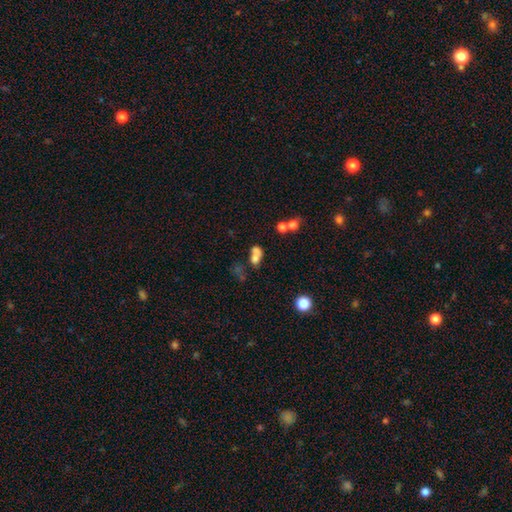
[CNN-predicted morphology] Overall: smooth (65%). How rounded: in between (58%; round 39%). Merging: merger (58%; none 22%).